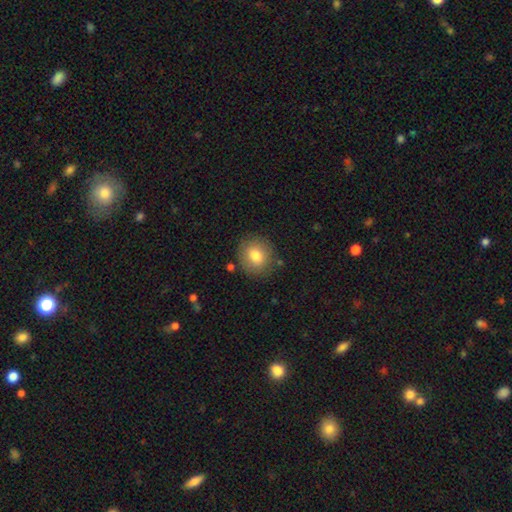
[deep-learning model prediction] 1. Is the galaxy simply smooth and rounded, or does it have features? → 79% smooth, 12% featured or disk, 9% star or artifact.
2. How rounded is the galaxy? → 82% round, 17% in between, 1% cigar-shaped.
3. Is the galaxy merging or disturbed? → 84% none, 10% minor disturbance, 3% major disturbance, 2% merger.